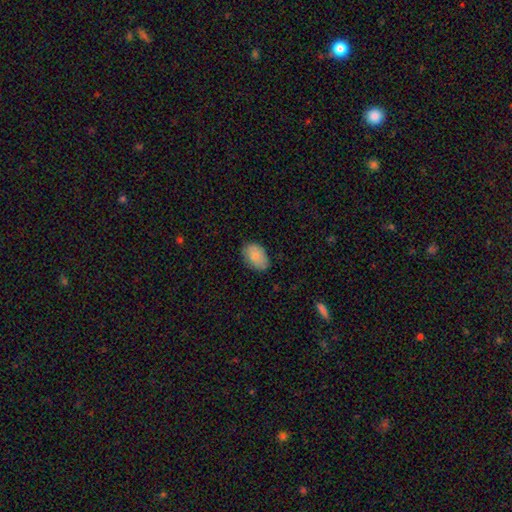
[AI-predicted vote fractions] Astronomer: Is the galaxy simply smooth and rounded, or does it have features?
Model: smooth — 85%.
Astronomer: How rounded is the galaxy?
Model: in between — 88%.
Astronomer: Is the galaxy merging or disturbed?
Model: none — 78%.